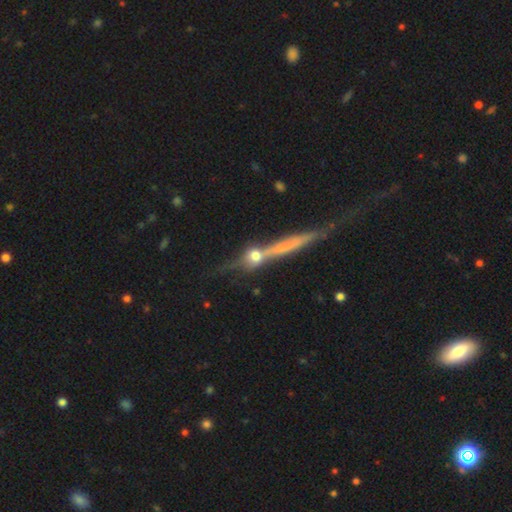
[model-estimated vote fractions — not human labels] The model was most divided on "smooth or featured": featured or disk: 45%, smooth: 41%, star or artifact: 14%. More confident: merging — none (54%).